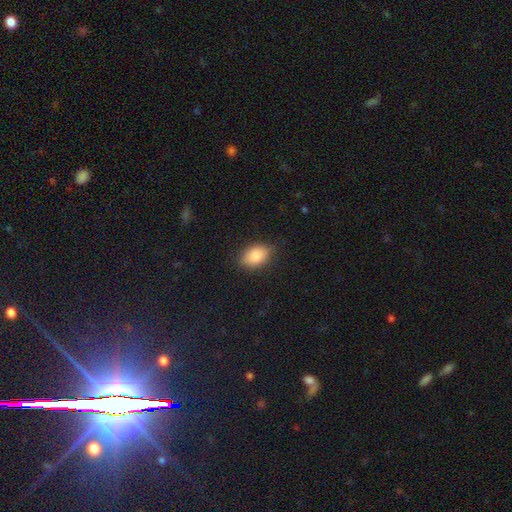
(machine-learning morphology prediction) A smooth galaxy with no disk features (87%) that is in between round and cigar-shaped (84%).

Vote fractions:
- Smooth or featured? smooth: 87% / star or artifact: 7% / featured or disk: 6%
- How rounded? in between: 84% / round: 14% / cigar-shaped: 2%
- Merging? none: 82% / minor disturbance: 14% / major disturbance: 3% / merger: 1%